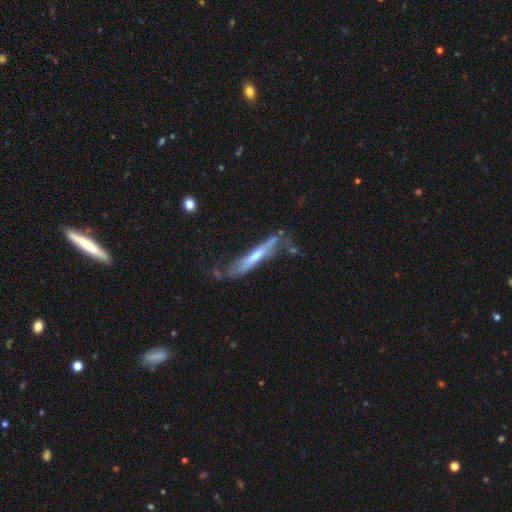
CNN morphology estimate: type=featured or disk (60%); edge-on=yes (81%); merging=none (54%).